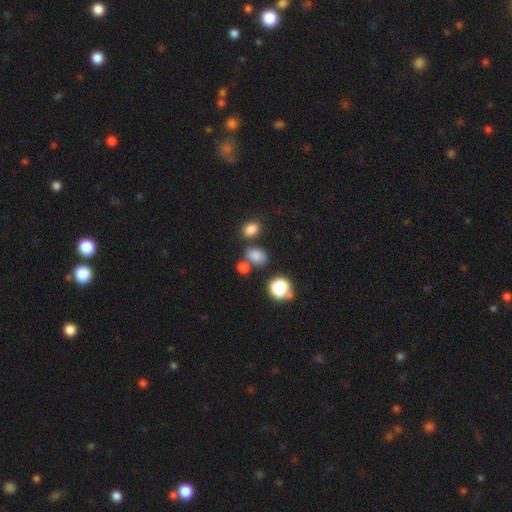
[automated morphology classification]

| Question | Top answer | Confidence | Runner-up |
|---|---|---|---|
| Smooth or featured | smooth | 78% | star or artifact (16%) |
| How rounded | in between | 67% | round (32%) |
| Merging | none | 65% | merger (18%) |